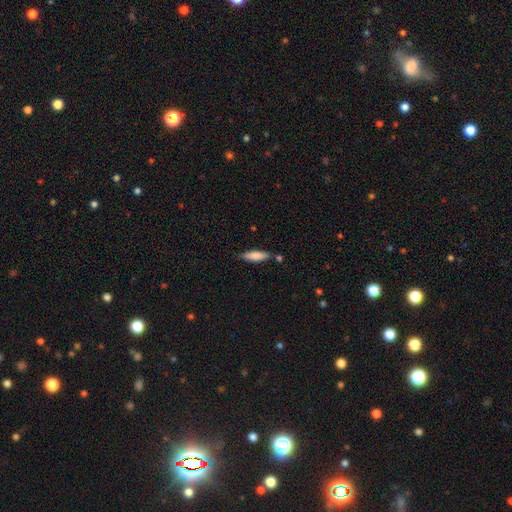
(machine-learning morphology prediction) smooth 79%, featured or disk 15%, star or artifact 6%. Down the decision tree: how rounded — cigar-shaped (60%); merging — none (74%).